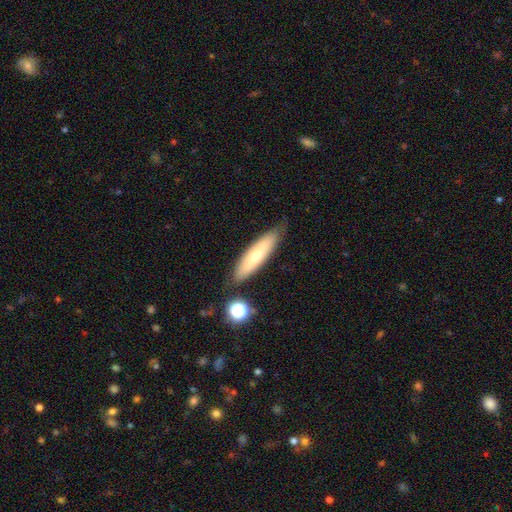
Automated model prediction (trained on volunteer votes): This appears to be a smooth galaxy with no disk features (60%) that is cigar-shaped (71%). Merging: none (78%).